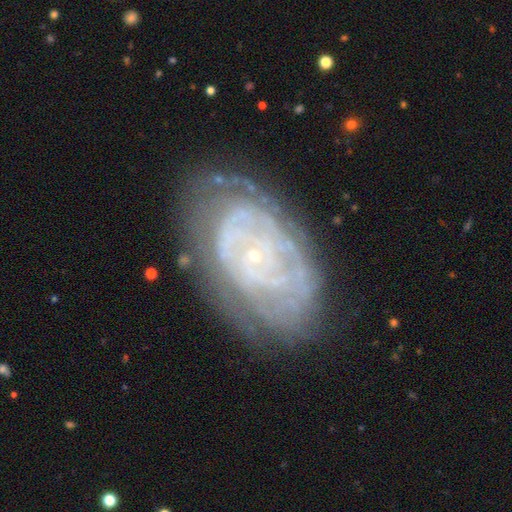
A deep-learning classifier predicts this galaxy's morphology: Smooth or featured: featured or disk — 79% (smooth — 14%)
Edge-on disk: no — 95% (yes — 5%)
Bar: no — 80% (weak — 15%)
Spiral arms: yes — 80% (no — 20%)
Spiral winding: tight — 77% (medium — 17%)
Spiral arm count: can't tell — 54% (2 — 14%)
Bulge size: small — 88% (moderate — 8%)
Merging: none — 67% (minor disturbance — 21%)